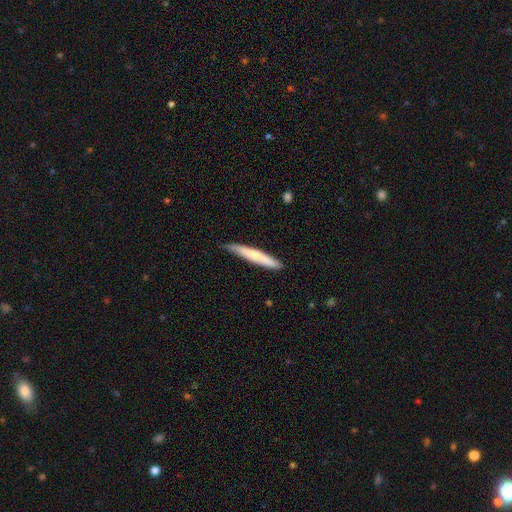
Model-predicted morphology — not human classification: This appears to be a smooth galaxy with no disk features (59%) that is cigar-shaped (94%). Merging: none (80%).